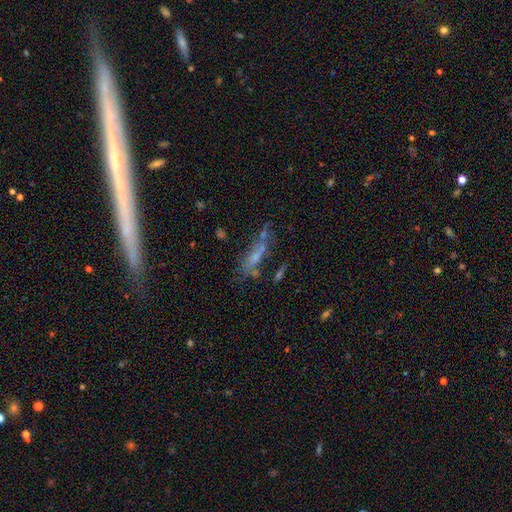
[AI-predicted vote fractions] A smooth galaxy with no disk features (43%). Merging: none (44%).